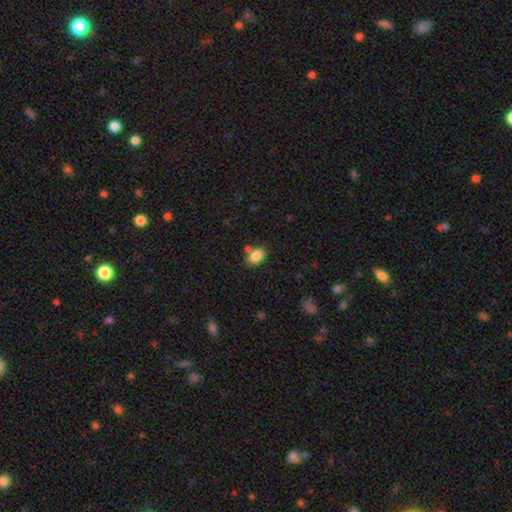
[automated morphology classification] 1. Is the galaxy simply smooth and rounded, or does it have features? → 85% smooth, 9% star or artifact, 7% featured or disk.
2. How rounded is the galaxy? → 83% in between, 16% round, 1% cigar-shaped.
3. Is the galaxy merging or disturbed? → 68% none, 15% minor disturbance, 13% merger, 4% major disturbance.